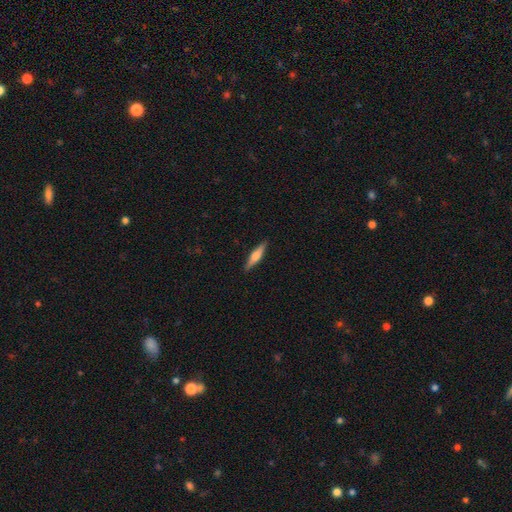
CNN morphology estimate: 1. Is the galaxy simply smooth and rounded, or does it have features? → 49% featured or disk, 46% smooth, 6% star or artifact.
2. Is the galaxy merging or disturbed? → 90% none, 8% minor disturbance, 2% major disturbance, 1% merger.